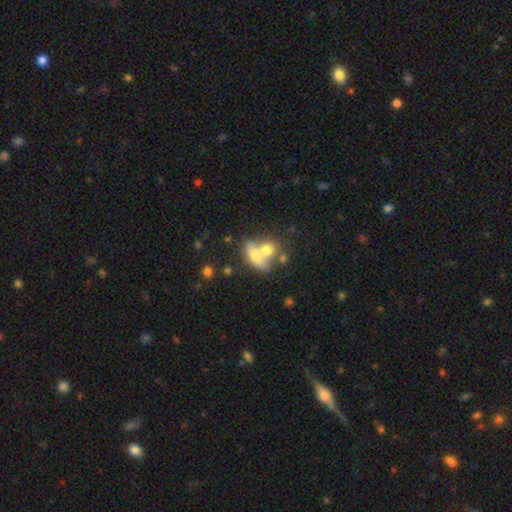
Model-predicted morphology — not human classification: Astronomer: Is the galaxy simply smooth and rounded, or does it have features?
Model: smooth — 67%.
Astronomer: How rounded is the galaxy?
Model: in between — 74%.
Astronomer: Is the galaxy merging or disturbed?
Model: merger — 59%.